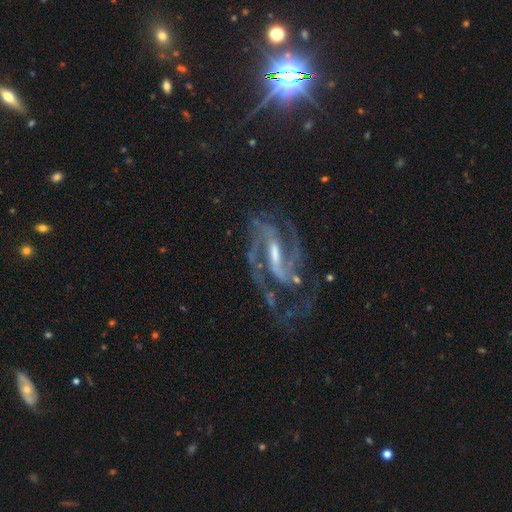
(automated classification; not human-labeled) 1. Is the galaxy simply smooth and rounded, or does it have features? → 87% featured or disk, 9% star or artifact, 4% smooth.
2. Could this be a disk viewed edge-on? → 96% no, 4% yes.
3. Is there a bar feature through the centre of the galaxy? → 51% strong, 36% weak, 13% no.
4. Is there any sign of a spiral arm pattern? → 97% yes, 3% no.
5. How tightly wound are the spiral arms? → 54% medium, 27% tight, 19% loose.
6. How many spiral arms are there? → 78% 2, 6% 3, 6% can't tell, 3% 1, 3% 4, 3% more than 4.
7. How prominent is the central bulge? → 64% small, 26% moderate, 7% none, 2% large, 1% dominant.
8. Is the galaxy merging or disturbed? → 64% none, 17% minor disturbance, 15% major disturbance, 3% merger.